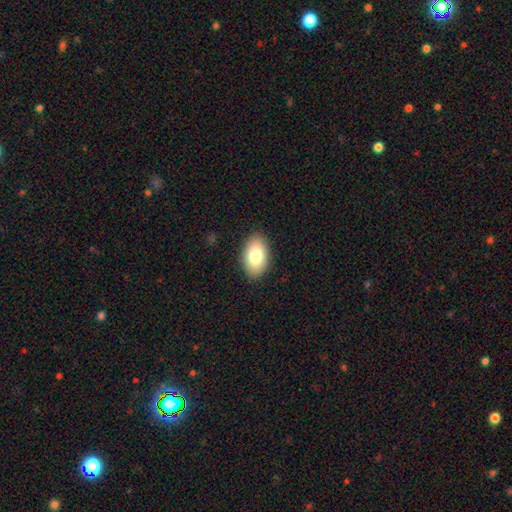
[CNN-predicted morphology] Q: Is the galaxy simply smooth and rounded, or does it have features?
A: smooth — 79%.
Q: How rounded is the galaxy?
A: in between — 93%.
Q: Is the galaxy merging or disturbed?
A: none — 88%.